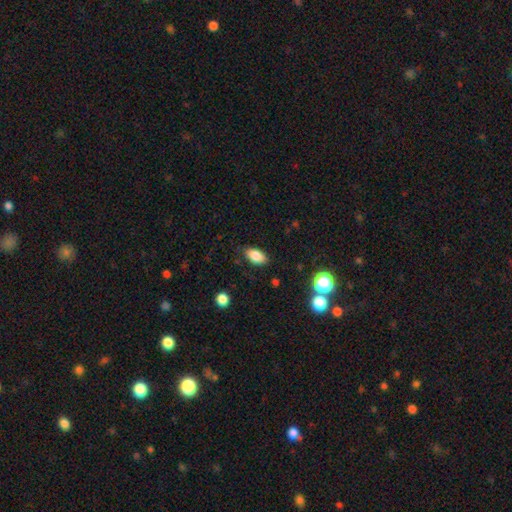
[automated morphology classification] smooth 84%, star or artifact 9%, featured or disk 7%. Down the decision tree: how rounded — in between (91%); merging — none (85%).